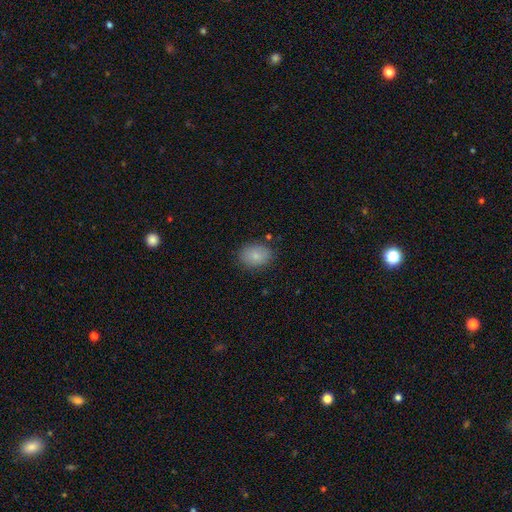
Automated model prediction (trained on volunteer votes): The model was most divided on "how rounded": in between: 73%, round: 26%, cigar-shaped: 1%. More confident: smooth or featured — smooth (83%); merging — none (83%).